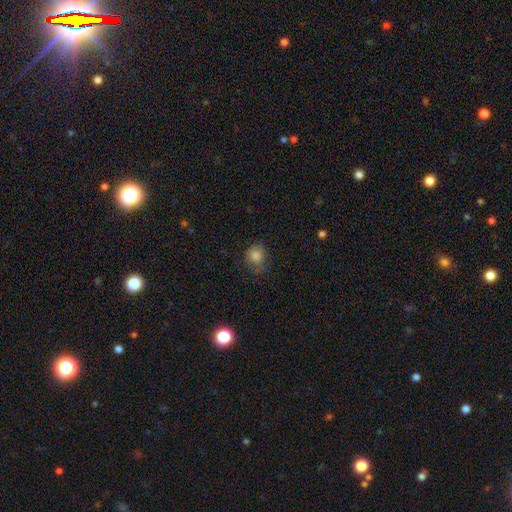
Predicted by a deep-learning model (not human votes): Smooth or featured: smooth — 80% (star or artifact — 11%)
How rounded: round — 74% (in between — 25%)
Merging: none — 66% (minor disturbance — 24%)